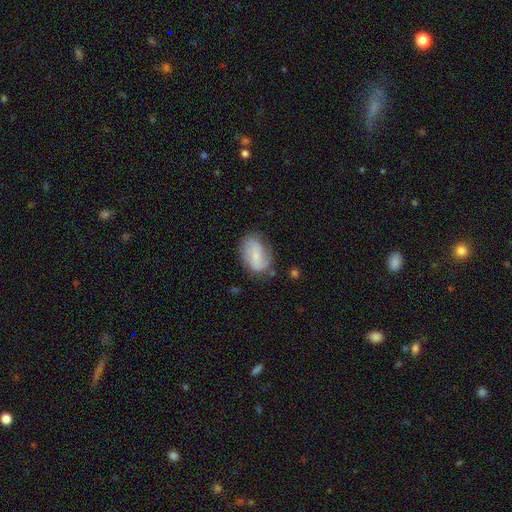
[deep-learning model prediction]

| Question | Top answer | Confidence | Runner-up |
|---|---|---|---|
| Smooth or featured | smooth | 51% | featured or disk (42%) |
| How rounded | in between | 84% | round (14%) |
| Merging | none | 67% | minor disturbance (24%) |